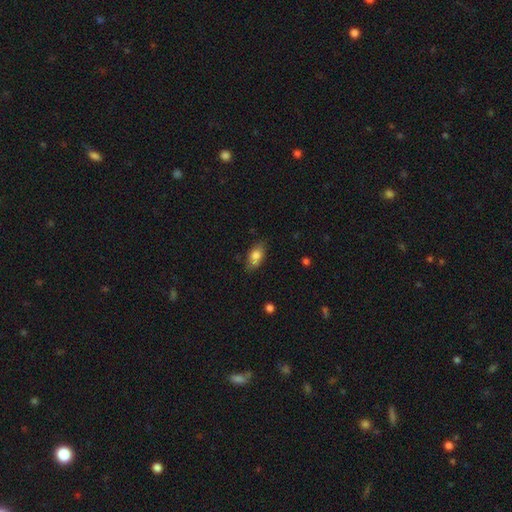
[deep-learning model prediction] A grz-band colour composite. It shows a smooth galaxy with no disk features (76%) that is in between round and cigar-shaped (86%). Merging: none (65%).